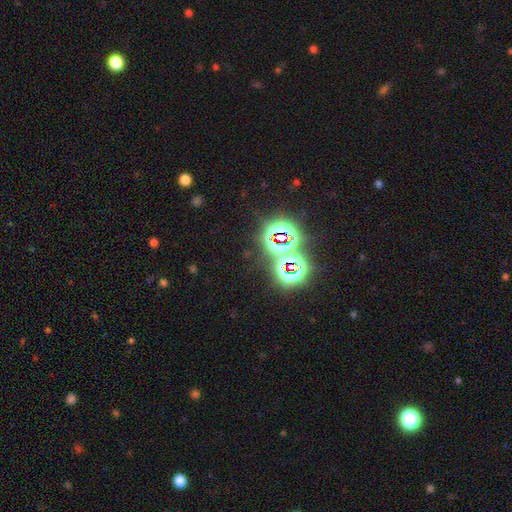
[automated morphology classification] smooth_or_featured: star or artifact (p=0.80) [alt: smooth p=0.11]